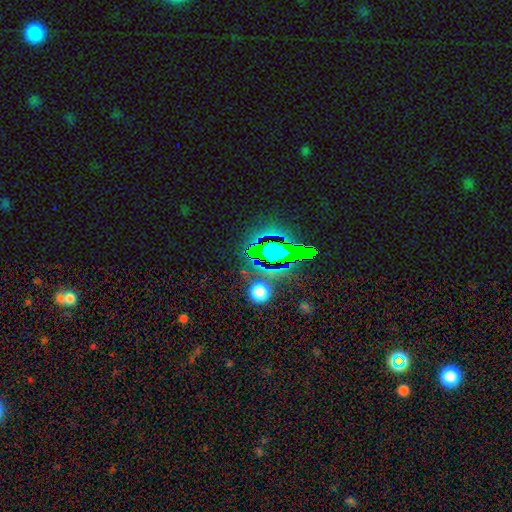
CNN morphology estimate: smooth-or-featured: star or artifact: 77% | smooth: 13% | featured or disk: 10%